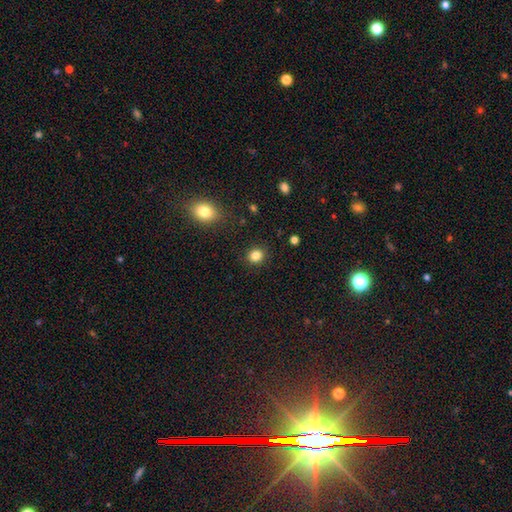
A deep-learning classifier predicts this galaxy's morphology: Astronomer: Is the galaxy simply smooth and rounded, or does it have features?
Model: smooth — 84%.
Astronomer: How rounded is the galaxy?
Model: round — 79%.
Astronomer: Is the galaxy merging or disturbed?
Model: none — 90%.